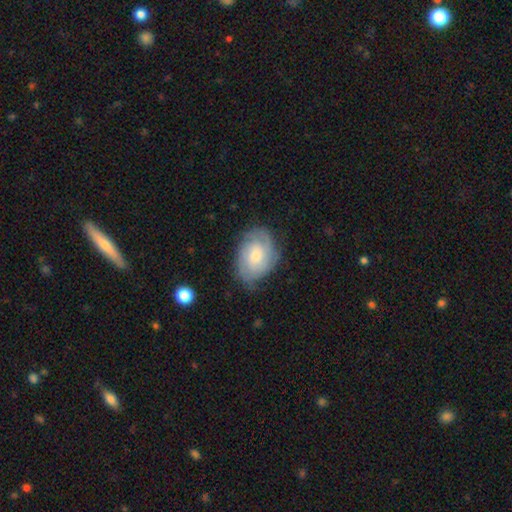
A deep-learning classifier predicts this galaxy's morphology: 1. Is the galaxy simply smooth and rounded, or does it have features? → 60% featured or disk, 33% smooth, 7% star or artifact.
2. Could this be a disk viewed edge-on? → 96% no, 4% yes.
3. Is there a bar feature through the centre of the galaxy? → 61% no, 34% weak, 5% strong.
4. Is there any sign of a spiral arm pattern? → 87% yes, 13% no.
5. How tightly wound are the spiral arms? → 58% tight, 32% medium, 9% loose.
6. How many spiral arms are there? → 38% 2, 36% can't tell, 14% 3, 5% 1, 4% 4, 3% more than 4.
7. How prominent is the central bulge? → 55% moderate, 35% small, 6% large, 3% none, 1% dominant.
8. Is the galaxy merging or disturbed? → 68% none, 24% minor disturbance, 7% major disturbance, 1% merger.